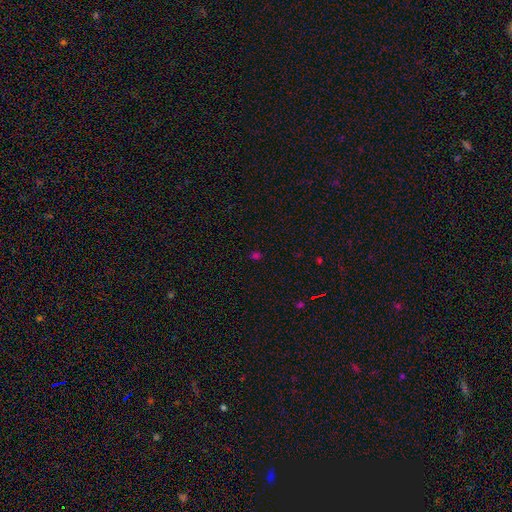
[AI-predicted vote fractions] This is possibly a smooth galaxy (52%). How rounded: possibly in between (52%). Merging: likely none (80%).